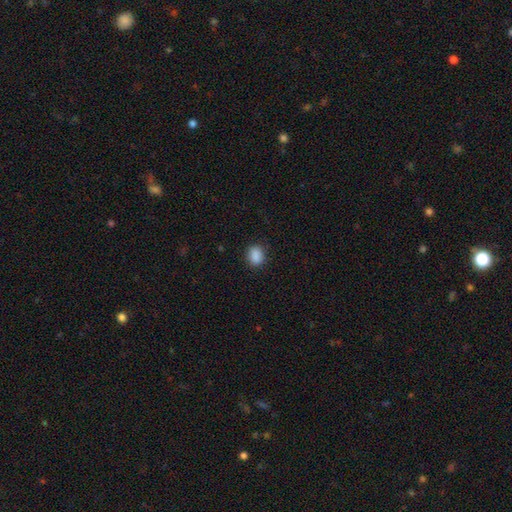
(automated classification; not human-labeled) Overall: smooth (89%). How rounded: in between (50%; round 49%). Merging: none (86%).